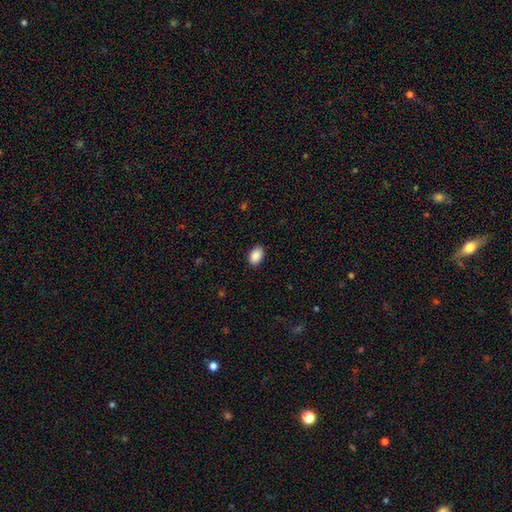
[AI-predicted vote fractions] Smooth or featured?
  - smooth: 90% *
  - star or artifact: 7%
  - featured or disk: 3%
How rounded?
  - in between: 87% *
  - round: 12%
  - cigar-shaped: 1%
Merging?
  - none: 89% *
  - minor disturbance: 8%
  - major disturbance: 2%
  - merger: 1%